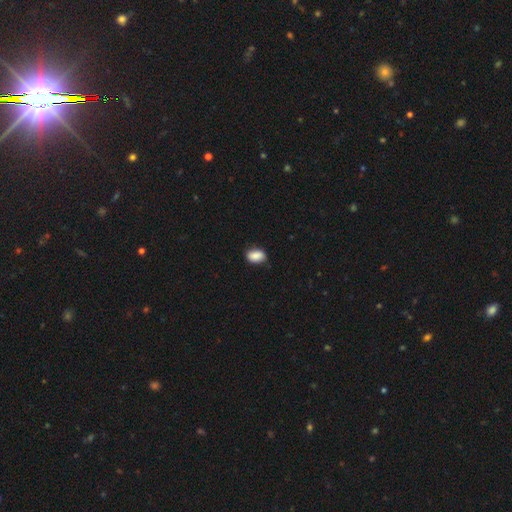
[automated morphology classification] Q: Smooth or featured?
A: smooth (87%); runner-up: star or artifact (8%)
Q: How rounded?
A: in between (88%); runner-up: round (10%)
Q: Merging?
A: none (79%); runner-up: minor disturbance (17%)